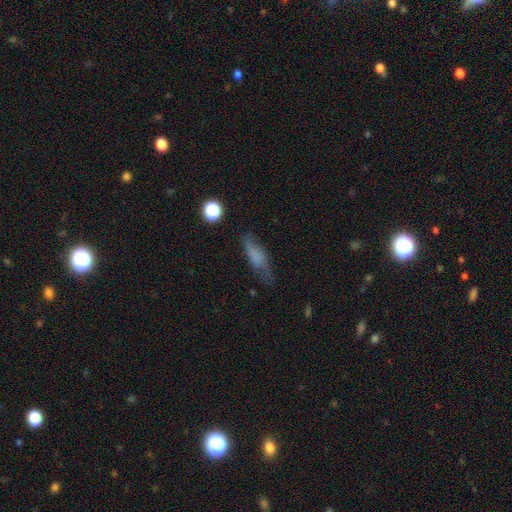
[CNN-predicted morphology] Smooth or featured? Predicted: smooth (p=0.57). How rounded? Predicted: in between (p=0.50). Merging? Predicted: none (p=0.61).